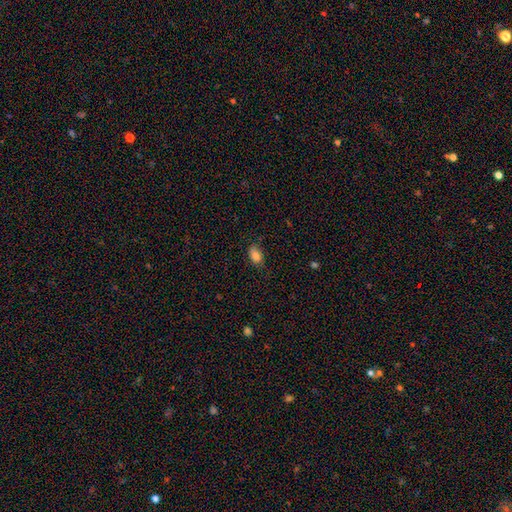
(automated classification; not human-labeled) This is clearly a smooth galaxy (85%). How rounded: clearly in between (86%). Merging: likely none (74%).